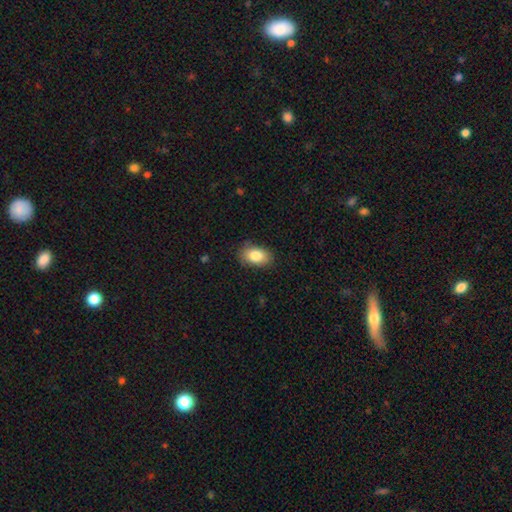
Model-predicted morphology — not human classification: smooth 84%, featured or disk 9%, star or artifact 7%. Down the decision tree: how rounded — in between (89%); merging — none (82%).